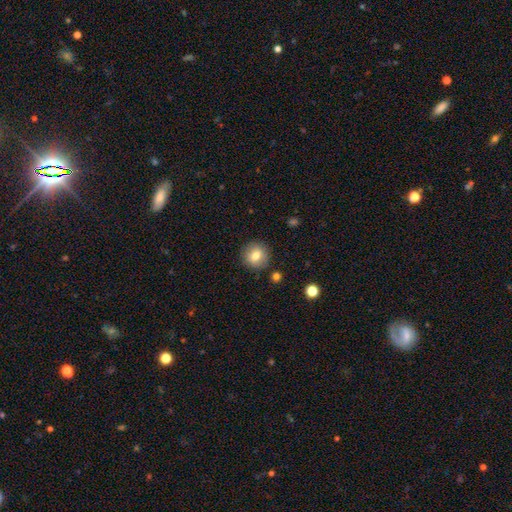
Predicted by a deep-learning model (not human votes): This appears to be a smooth galaxy with no disk features (78%) that is round (91%). Merging: none (88%).